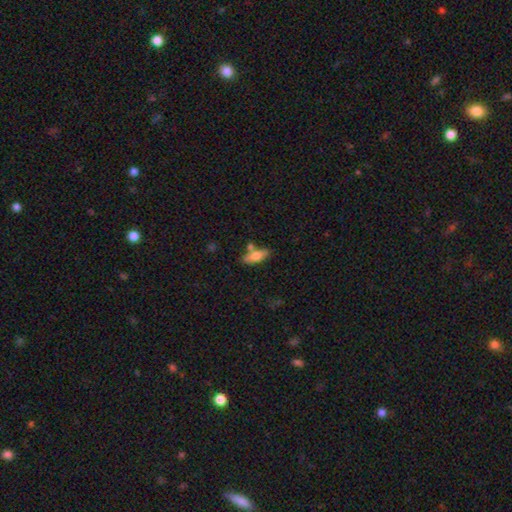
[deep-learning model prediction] Smooth or featured? Predicted: smooth (p=0.73). How rounded? Predicted: in between (p=0.70). Merging? Predicted: none (p=0.65).